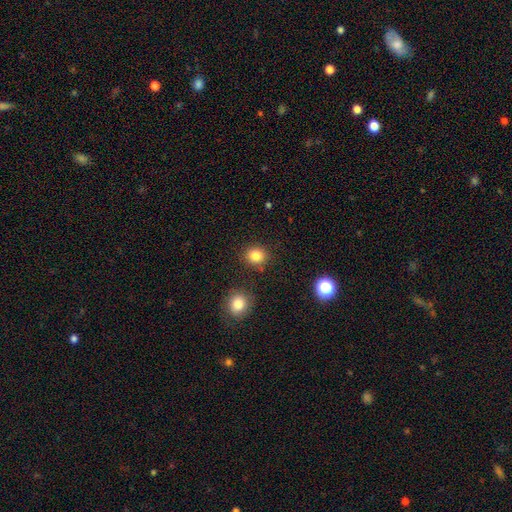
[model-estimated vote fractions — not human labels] A smooth galaxy with no disk features (83%) that is round (79%).

Vote fractions:
- Smooth or featured? smooth: 83% / star or artifact: 12% / featured or disk: 5%
- How rounded? round: 79% / in between: 20% / cigar-shaped: 1%
- Merging? none: 84% / minor disturbance: 9% / merger: 4% / major disturbance: 3%